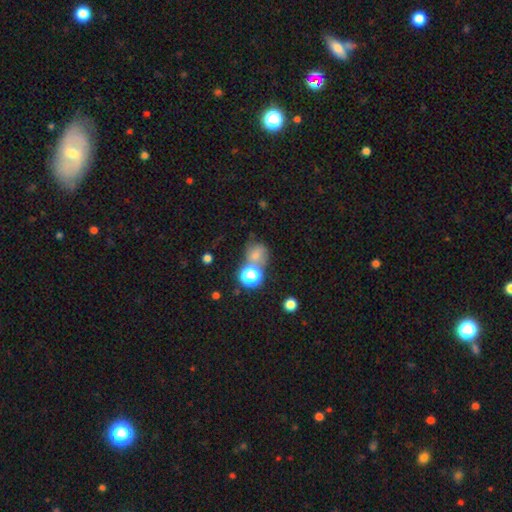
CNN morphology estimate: Smooth or featured? Predicted: smooth (p=0.46). Merging? Predicted: none (p=0.55).